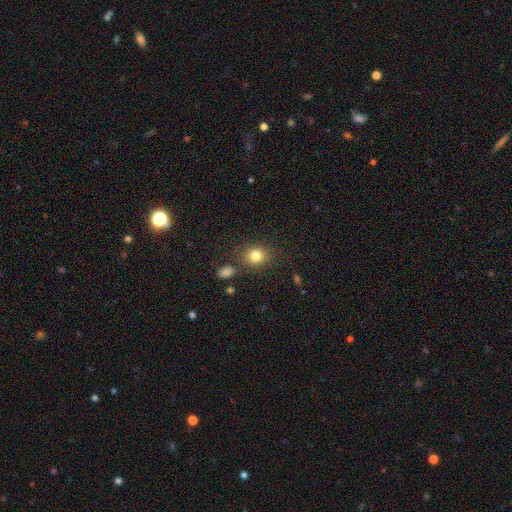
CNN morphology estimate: A smooth galaxy with no disk features (81%) that is round (69%).

Vote fractions:
- Smooth or featured? smooth: 81% / star or artifact: 12% / featured or disk: 7%
- How rounded? round: 69% / in between: 30% / cigar-shaped: 1%
- Merging? none: 80% / minor disturbance: 11% / merger: 5% / major disturbance: 4%